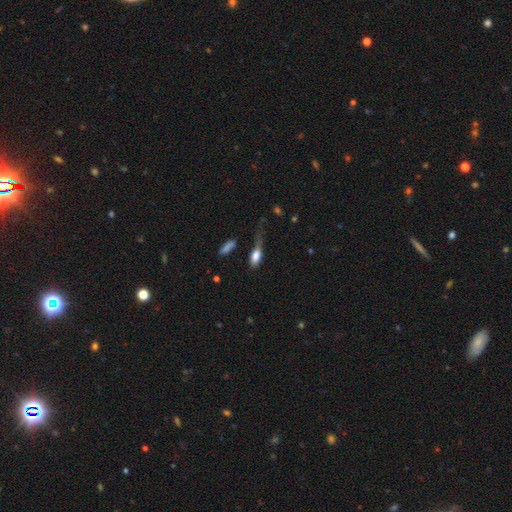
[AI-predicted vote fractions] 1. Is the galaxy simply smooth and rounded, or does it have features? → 75% smooth, 16% featured or disk, 9% star or artifact.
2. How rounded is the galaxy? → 72% in between, 23% cigar-shaped, 6% round.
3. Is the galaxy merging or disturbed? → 36% major disturbance, 30% none, 27% minor disturbance, 6% merger.